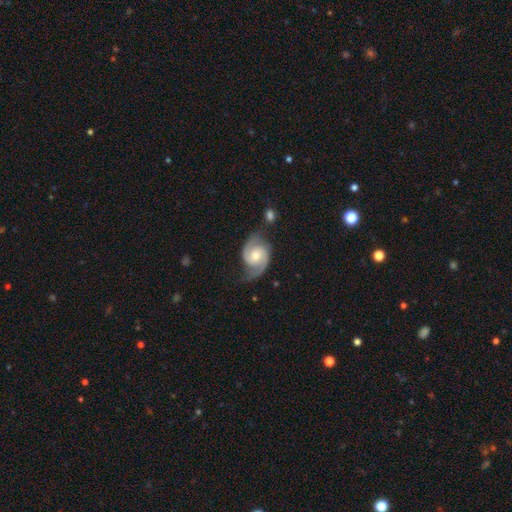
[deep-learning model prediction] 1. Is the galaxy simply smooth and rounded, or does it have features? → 88% featured or disk, 8% smooth, 5% star or artifact.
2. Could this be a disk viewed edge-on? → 98% no, 2% yes.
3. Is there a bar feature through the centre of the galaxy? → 59% no, 35% weak, 7% strong.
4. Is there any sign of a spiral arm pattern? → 97% yes, 3% no.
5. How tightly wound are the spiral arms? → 52% medium, 25% tight, 22% loose.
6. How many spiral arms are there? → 92% 2, 3% 1, 3% can't tell, 1% 3, 1% 4, 1% more than 4.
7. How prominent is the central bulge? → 60% moderate, 29% small, 6% large, 2% none, 1% dominant.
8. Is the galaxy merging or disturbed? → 65% none, 21% minor disturbance, 9% major disturbance, 4% merger.